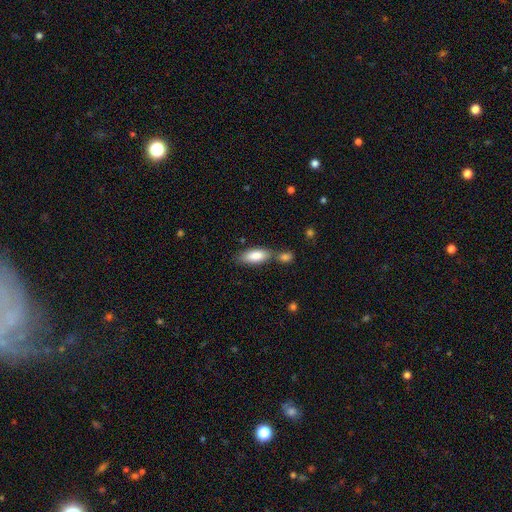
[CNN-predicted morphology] Smooth or featured? smooth (84%)
How rounded? in between (78%)
Merging? none (55%)